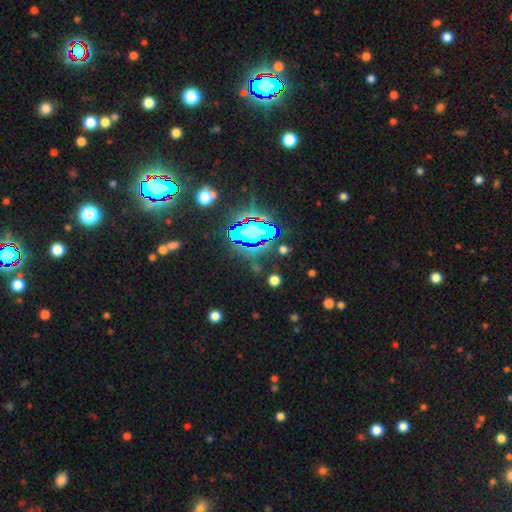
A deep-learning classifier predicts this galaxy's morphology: This is clearly a star or artifact rather than a galaxy (82%).